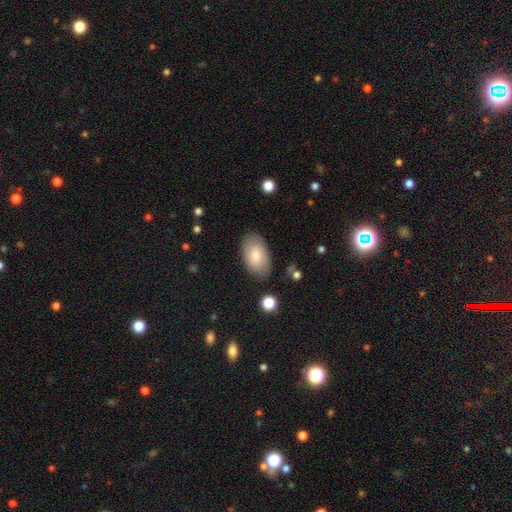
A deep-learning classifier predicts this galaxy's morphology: type=smooth (74%); roundness=in between (93%); merging=none (81%).